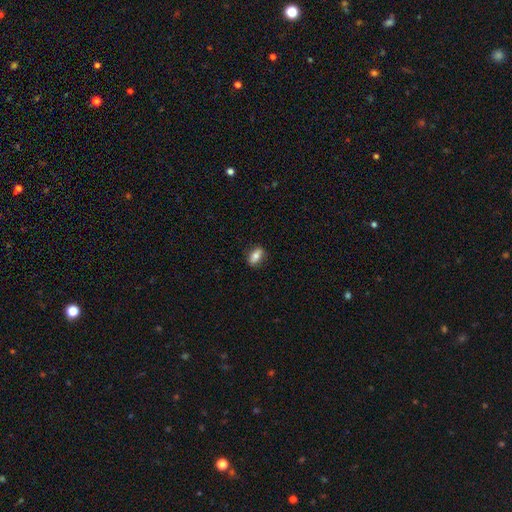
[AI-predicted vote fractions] Overall: smooth (77%). How rounded: in between (86%). Merging: none (84%).